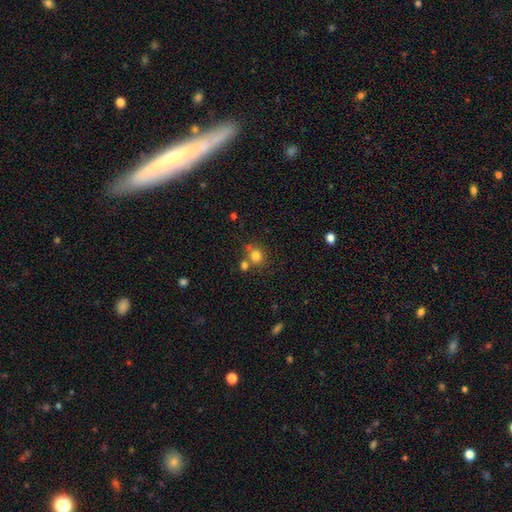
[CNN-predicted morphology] Overall: smooth (79%). How rounded: round (84%). Merging: none (62%; merger 25%).